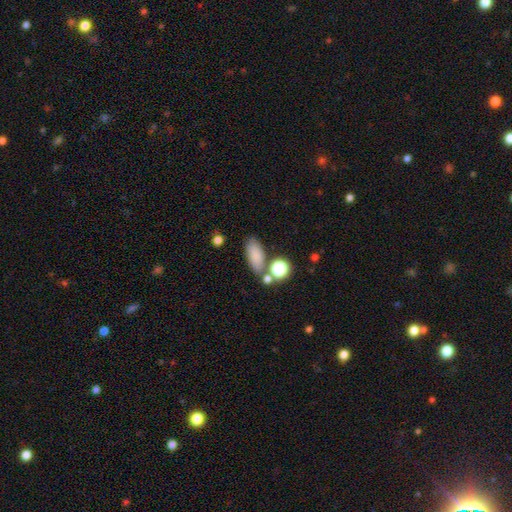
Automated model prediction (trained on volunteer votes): The model was most divided on "merging": none: 70%, minor disturbance: 13%, merger: 13%, major disturbance: 5%. More confident: smooth or featured — smooth (81%); how rounded — in between (77%).